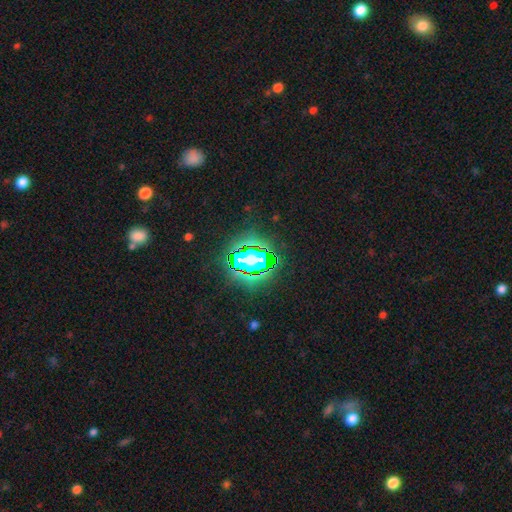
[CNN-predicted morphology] Smooth or featured?
  - star or artifact: 78% *
  - smooth: 14%
  - featured or disk: 8%